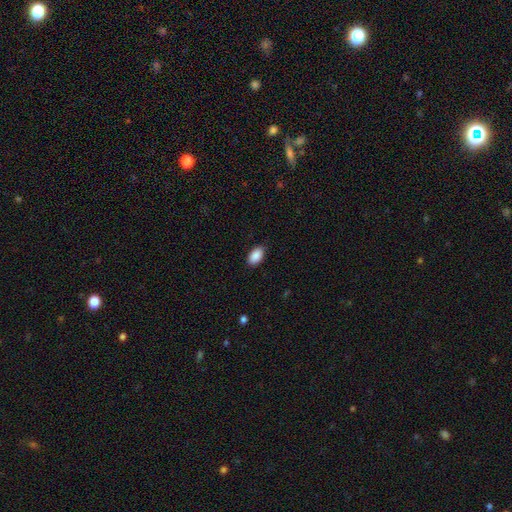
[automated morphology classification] Overall: smooth (90%). How rounded: in between (94%). Merging: none (85%).